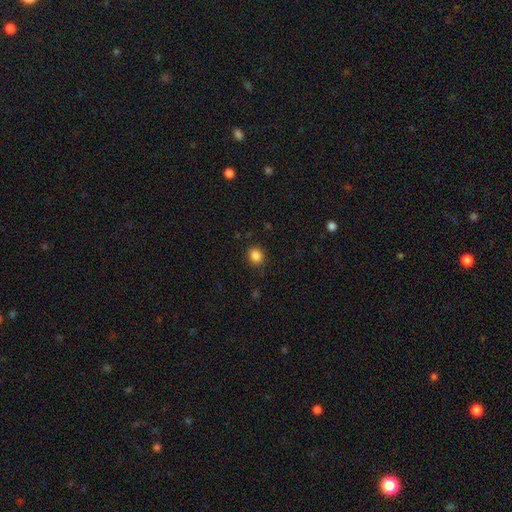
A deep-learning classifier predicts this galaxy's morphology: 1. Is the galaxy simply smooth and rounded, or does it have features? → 86% smooth, 11% star or artifact, 3% featured or disk.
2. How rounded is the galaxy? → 74% round, 25% in between, 1% cigar-shaped.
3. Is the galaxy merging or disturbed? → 87% none, 9% minor disturbance, 3% major disturbance, 1% merger.